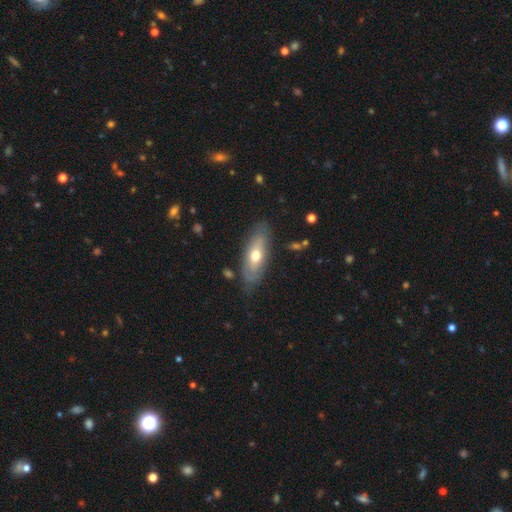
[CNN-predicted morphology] smooth-or-featured: smooth: 51% | featured or disk: 43% | star or artifact: 6%
  how-rounded: in between: 74% | cigar-shaped: 23% | round: 4%
  merging: none: 76% | minor disturbance: 17% | major disturbance: 5% | merger: 2%